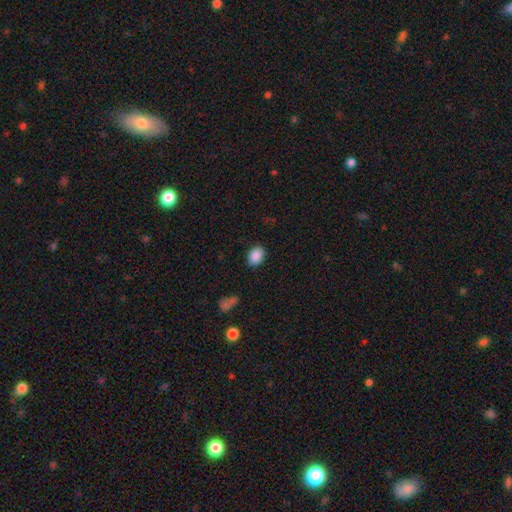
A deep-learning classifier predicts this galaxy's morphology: A smooth galaxy with no disk features (89%) that is in between round and cigar-shaped (72%).

Vote fractions:
- Smooth or featured? smooth: 89% / star or artifact: 8% / featured or disk: 4%
- How rounded? in between: 72% / round: 27% / cigar-shaped: 1%
- Merging? none: 87% / minor disturbance: 9% / major disturbance: 2% / merger: 1%